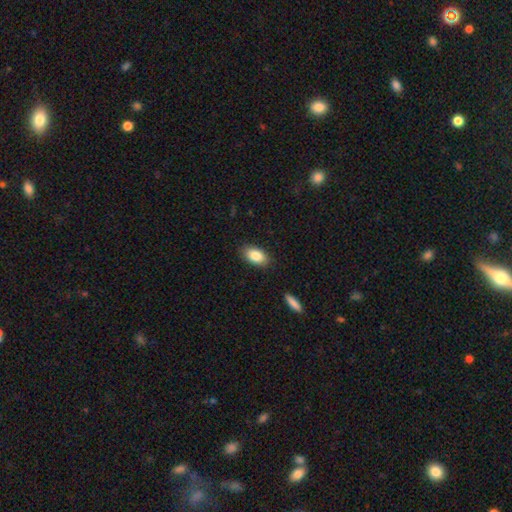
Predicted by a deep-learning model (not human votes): Morphology: type=smooth (84%); roundness=in between (92%); merging=none (86%).